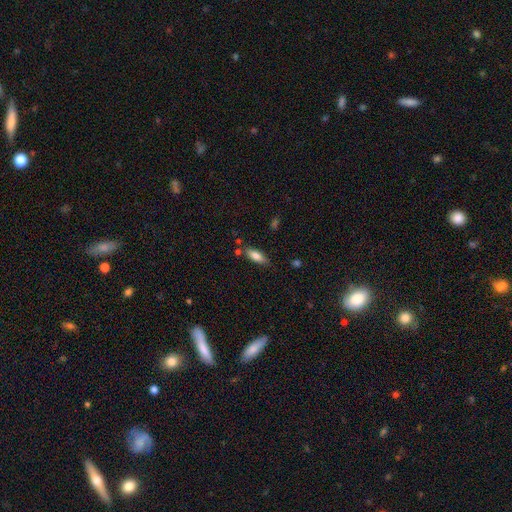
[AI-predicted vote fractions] Morphology: type=smooth (79%); roundness=in between (72%); merging=none (73%).